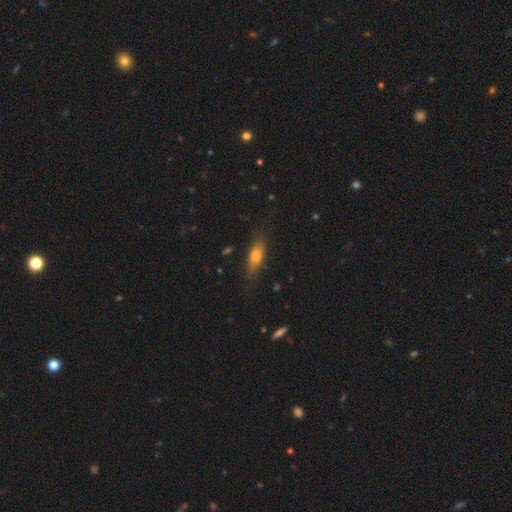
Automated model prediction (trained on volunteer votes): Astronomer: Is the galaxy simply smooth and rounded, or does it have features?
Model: smooth — 70%.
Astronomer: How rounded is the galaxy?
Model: in between — 62%.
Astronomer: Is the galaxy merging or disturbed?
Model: none — 77%.